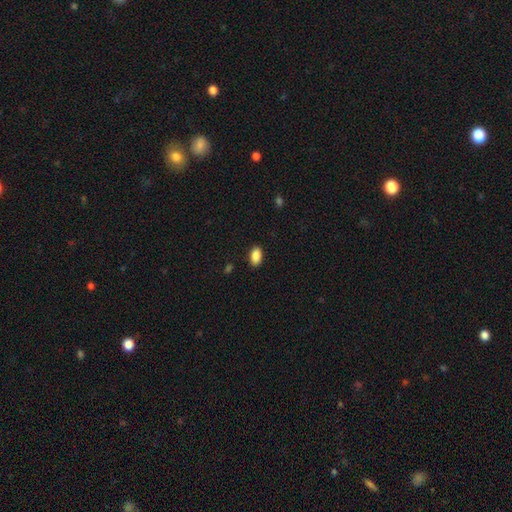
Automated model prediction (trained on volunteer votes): smooth 89%, star or artifact 8%, featured or disk 3%. Down the decision tree: how rounded — in between (92%); merging — none (88%).